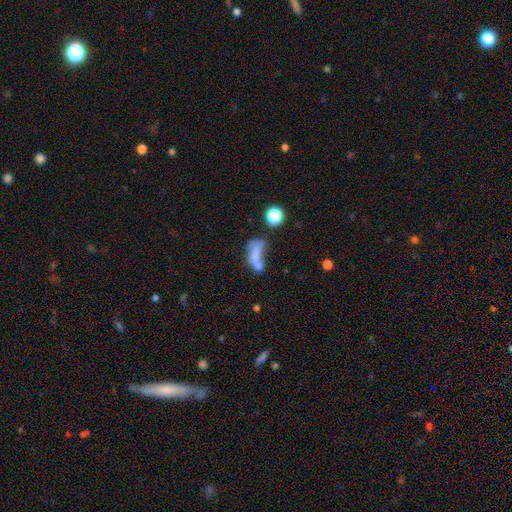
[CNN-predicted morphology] This is possibly a smooth galaxy (55%). How rounded: likely in between (72%). Merging: marginally merger (36%).